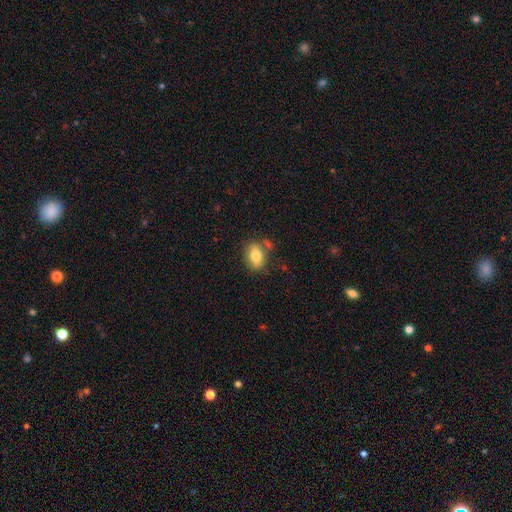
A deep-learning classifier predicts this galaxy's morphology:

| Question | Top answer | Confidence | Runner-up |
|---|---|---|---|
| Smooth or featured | smooth | 78% | featured or disk (14%) |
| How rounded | in between | 82% | round (14%) |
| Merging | none | 71% | minor disturbance (16%) |